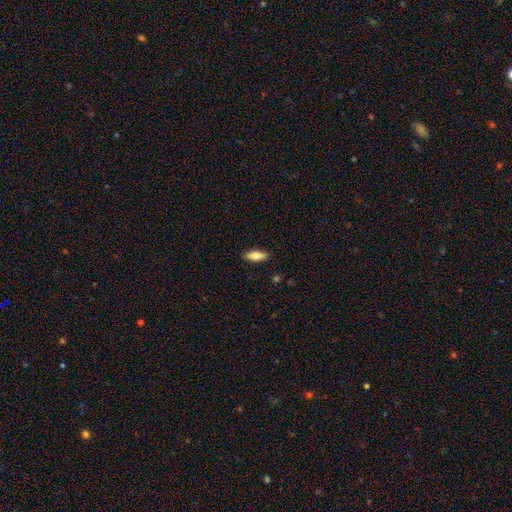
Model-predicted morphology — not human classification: type=smooth (75%); roundness=in between (67%); merging=none (89%).